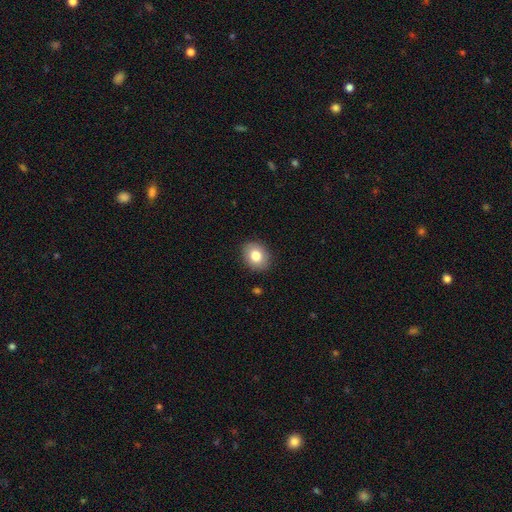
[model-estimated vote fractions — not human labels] Morphology: type=smooth (81%); roundness=round (56%); merging=none (89%).